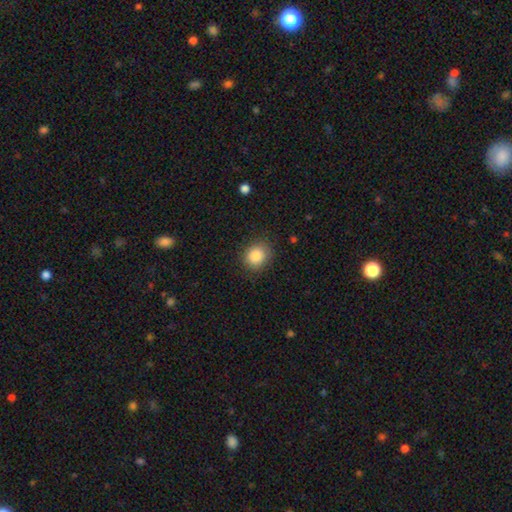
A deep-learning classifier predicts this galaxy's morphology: Overall: smooth (86%). How rounded: round (75%). Merging: none (85%).